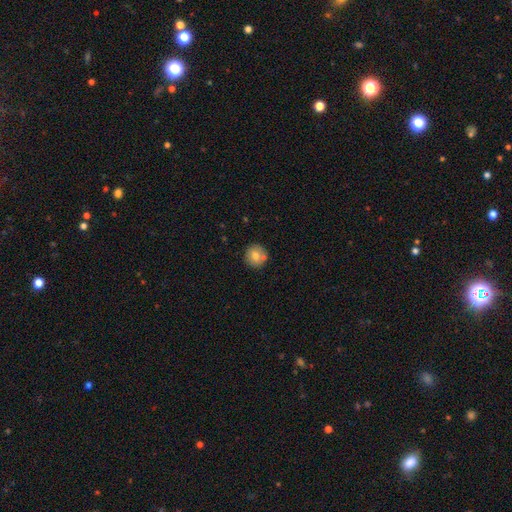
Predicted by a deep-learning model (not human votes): smooth 74%, featured or disk 17%, star or artifact 8%. Down the decision tree: how rounded — round (93%); merging — none (77%).